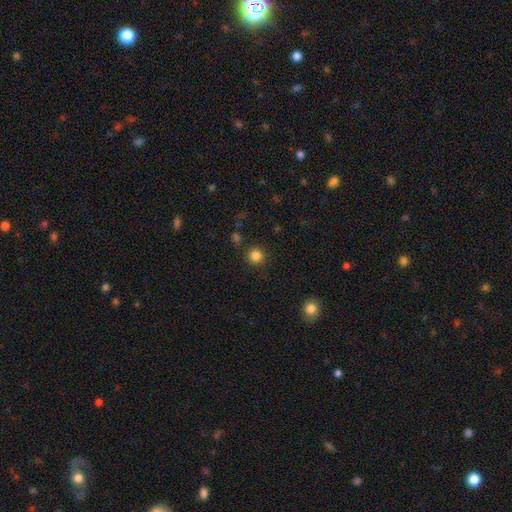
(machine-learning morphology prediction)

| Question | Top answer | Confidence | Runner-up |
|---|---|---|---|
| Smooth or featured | smooth | 84% | star or artifact (12%) |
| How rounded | round | 94% | in between (5%) |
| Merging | none | 89% | minor disturbance (6%) |